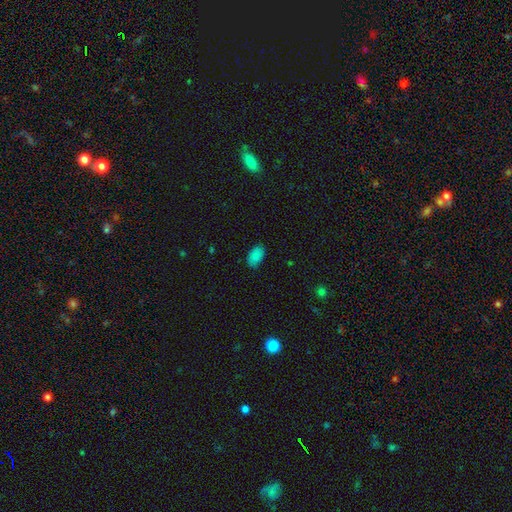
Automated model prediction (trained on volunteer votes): Smooth or featured?
  - smooth: 86% *
  - star or artifact: 10%
  - featured or disk: 5%
How rounded?
  - in between: 93% *
  - round: 5%
  - cigar-shaped: 2%
Merging?
  - none: 81% *
  - minor disturbance: 15%
  - major disturbance: 3%
  - merger: 1%